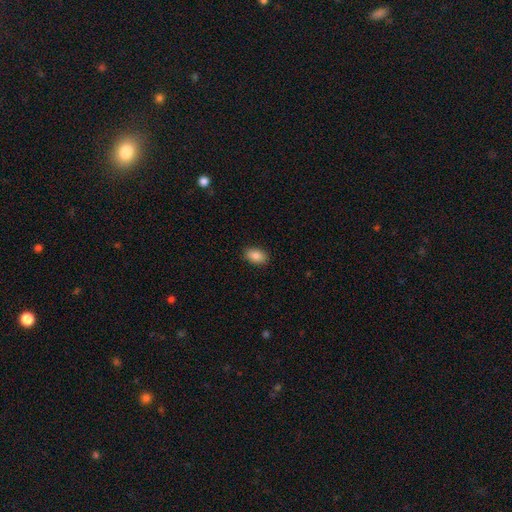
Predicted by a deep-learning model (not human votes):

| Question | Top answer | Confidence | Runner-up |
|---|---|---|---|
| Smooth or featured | smooth | 88% | star or artifact (8%) |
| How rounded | in between | 88% | round (11%) |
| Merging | none | 89% | minor disturbance (8%) |